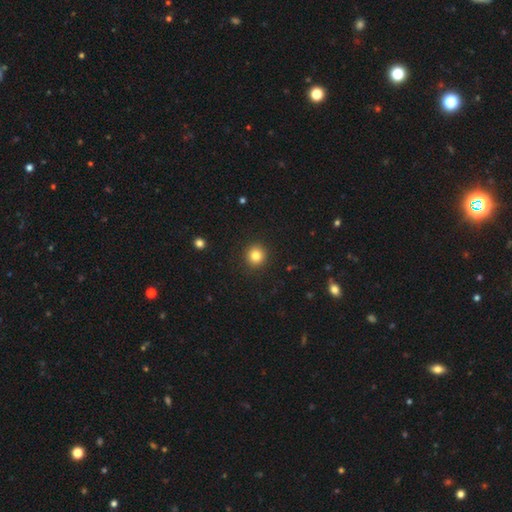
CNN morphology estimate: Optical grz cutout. It shows a smooth galaxy with no disk features (83%) that is round (93%). Merging: none (92%).